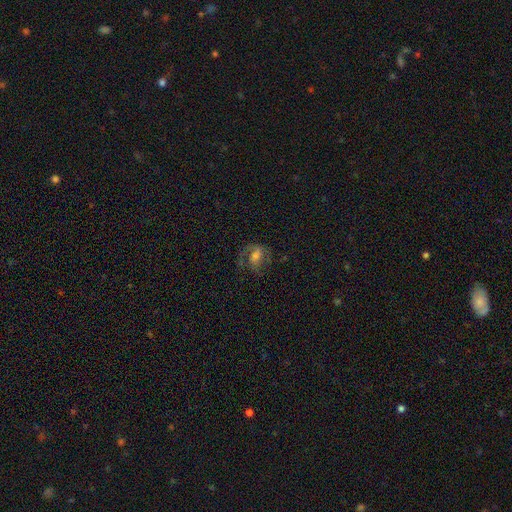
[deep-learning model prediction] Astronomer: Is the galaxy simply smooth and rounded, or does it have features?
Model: featured or disk — 61%.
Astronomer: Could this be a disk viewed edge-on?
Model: no — 97%.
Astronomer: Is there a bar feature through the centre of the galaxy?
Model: weak — 43% (runner-up: no, 40%).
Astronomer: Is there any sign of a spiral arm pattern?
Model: yes — 84%.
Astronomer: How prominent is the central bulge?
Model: moderate — 41% (runner-up: small, 29%).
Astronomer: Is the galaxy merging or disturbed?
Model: none — 52%.